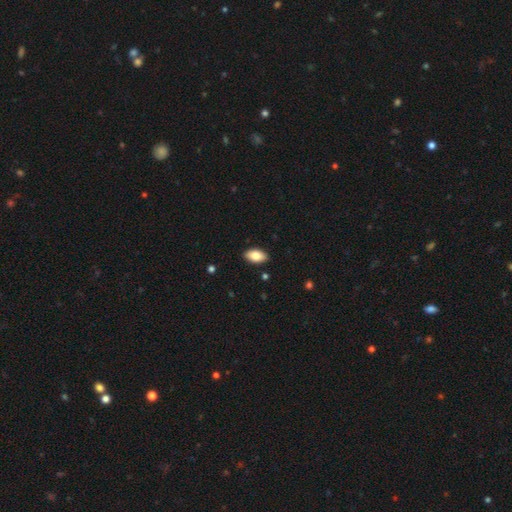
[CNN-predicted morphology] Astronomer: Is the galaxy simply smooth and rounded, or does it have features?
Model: smooth — 82%.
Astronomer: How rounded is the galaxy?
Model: in between — 94%.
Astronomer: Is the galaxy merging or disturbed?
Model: none — 89%.